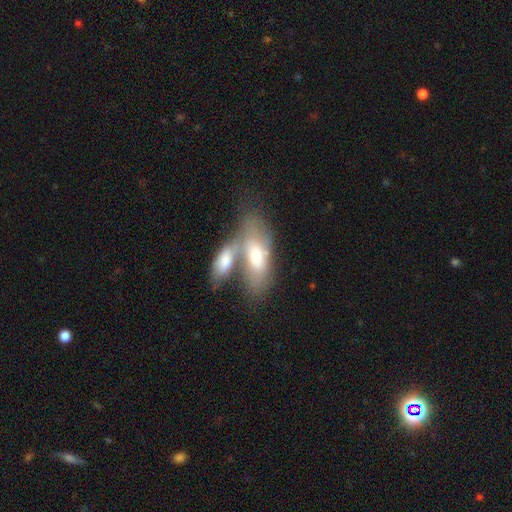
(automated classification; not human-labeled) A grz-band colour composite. It shows a smooth galaxy with no disk features (56%) that is in between round and cigar-shaped (77%). Merging: merger (68%).